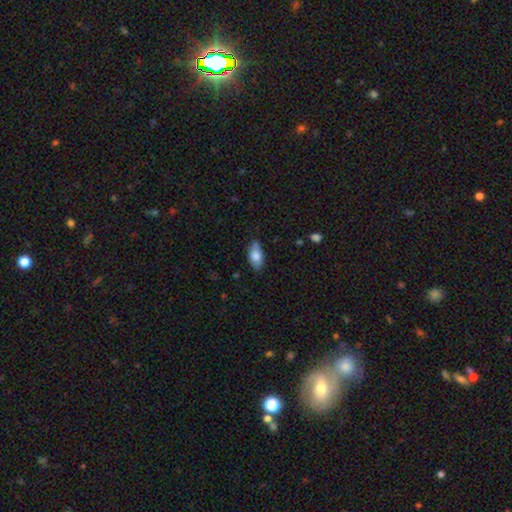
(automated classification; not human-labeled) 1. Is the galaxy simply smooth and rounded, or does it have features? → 79% smooth, 15% featured or disk, 7% star or artifact.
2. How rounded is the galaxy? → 91% in between, 6% cigar-shaped, 3% round.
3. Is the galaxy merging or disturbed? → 80% none, 16% minor disturbance, 2% major disturbance, 1% merger.